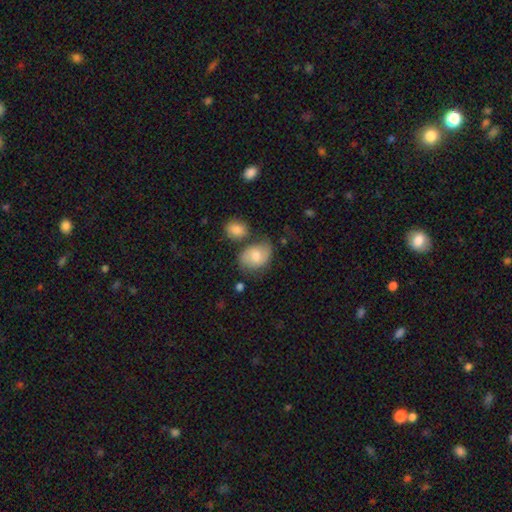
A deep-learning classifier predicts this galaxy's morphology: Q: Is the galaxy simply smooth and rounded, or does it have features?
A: smooth — 62%.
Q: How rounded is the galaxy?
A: in between — 68%.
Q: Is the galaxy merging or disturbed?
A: none — 57%.